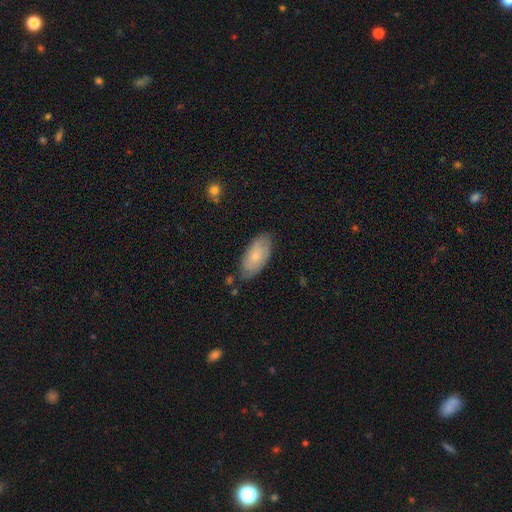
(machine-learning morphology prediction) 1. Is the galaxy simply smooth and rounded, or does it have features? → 62% smooth, 32% featured or disk, 6% star or artifact.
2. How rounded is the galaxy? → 92% in between, 5% cigar-shaped, 2% round.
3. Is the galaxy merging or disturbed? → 74% none, 20% minor disturbance, 4% major disturbance, 2% merger.